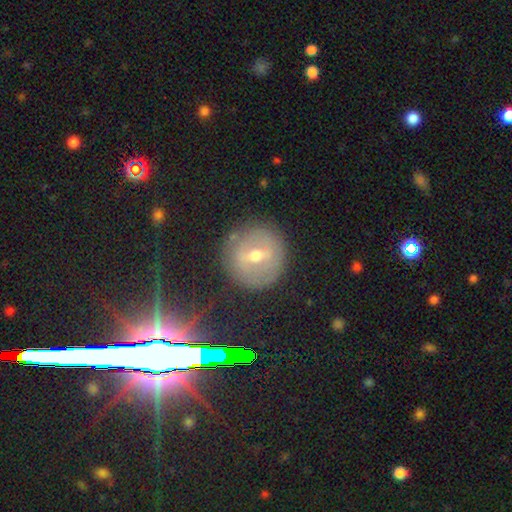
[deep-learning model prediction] Smooth or featured? featured or disk (53%)
Edge-on disk? no (89%)
Merging? none (85%)